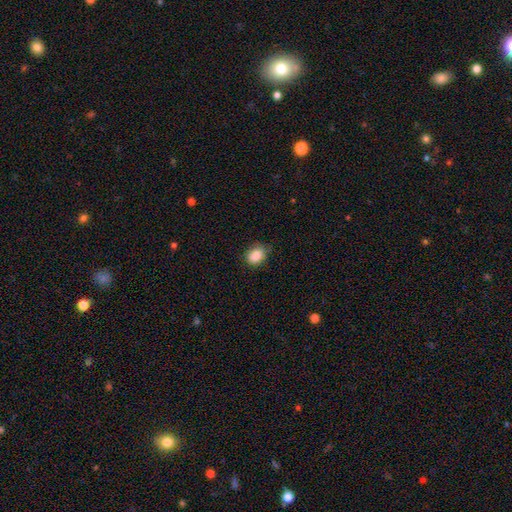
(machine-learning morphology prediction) A smooth galaxy with no disk features (88%) that is in between round and cigar-shaped (59%). Merging: none (76%).